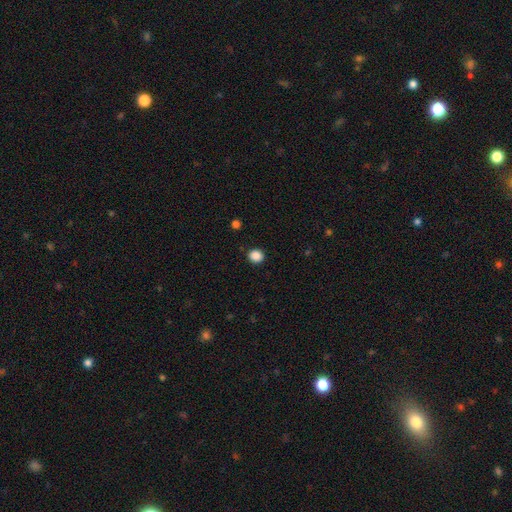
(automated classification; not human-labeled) Smooth or featured? smooth (88%)
How rounded? round (82%)
Merging? none (91%)